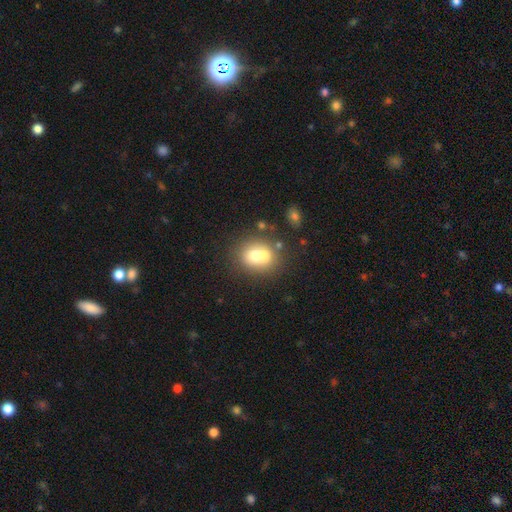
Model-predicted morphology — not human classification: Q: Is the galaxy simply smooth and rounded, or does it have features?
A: smooth — 65%.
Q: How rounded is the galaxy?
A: round — 69%.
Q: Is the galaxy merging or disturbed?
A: merger — 48%.